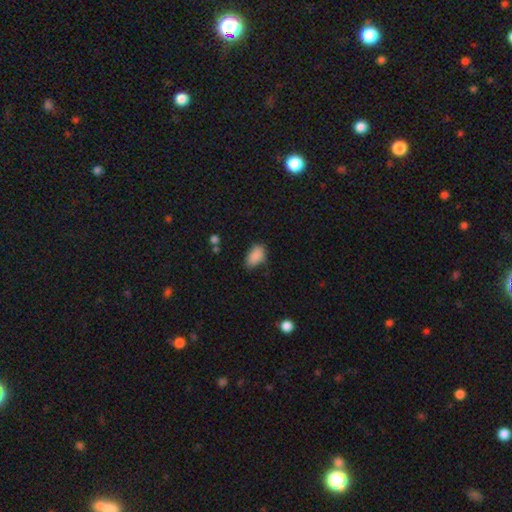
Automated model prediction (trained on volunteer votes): This appears to be a smooth galaxy with no disk features (87%) that is in between round and cigar-shaped (91%). Merging: none (63%).